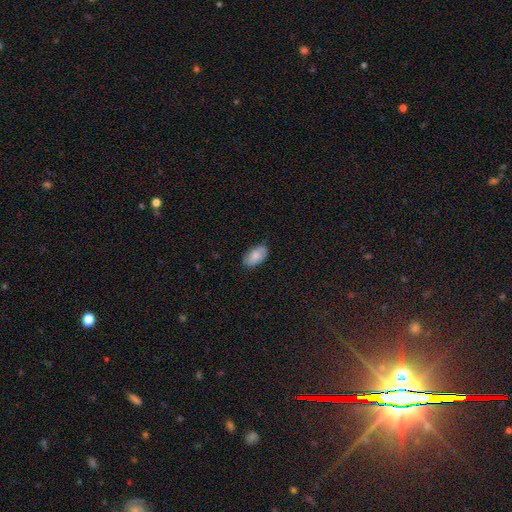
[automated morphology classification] smooth 78%, featured or disk 15%, star or artifact 7%. Down the decision tree: how rounded — in between (94%); merging — none (82%).